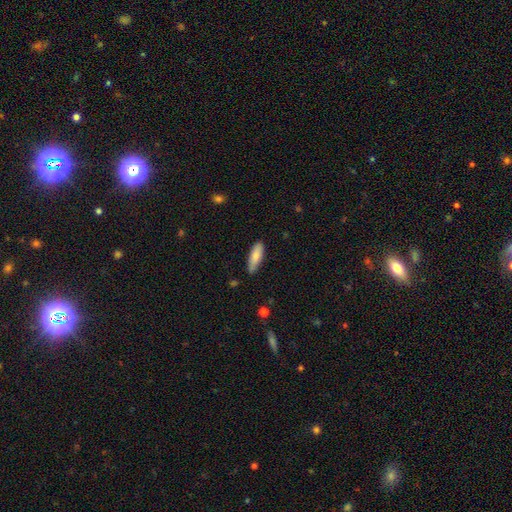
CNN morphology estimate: type=smooth (82%); roundness=in between (49%, tied with cigar-shaped); merging=none (79%).